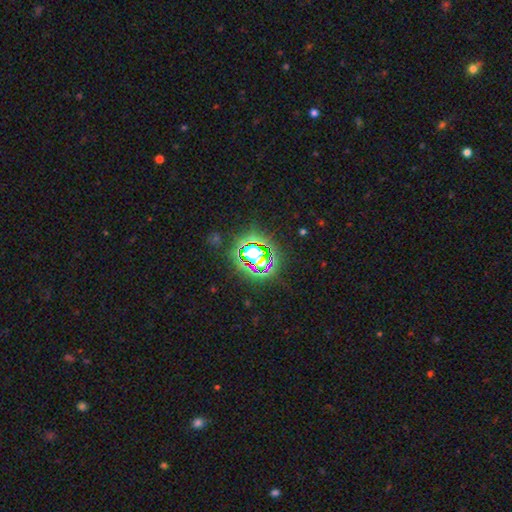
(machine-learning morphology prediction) Smooth or featured?
  - star or artifact: 73% *
  - smooth: 16%
  - featured or disk: 11%